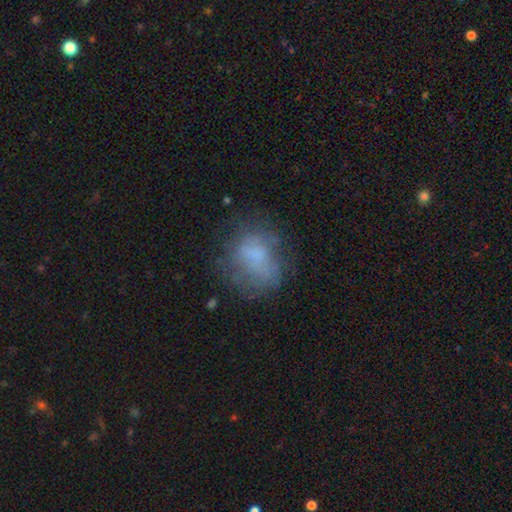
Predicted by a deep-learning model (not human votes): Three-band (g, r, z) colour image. It shows a smooth galaxy with no disk features (52%) that is round (54%). Merging: none (53%).